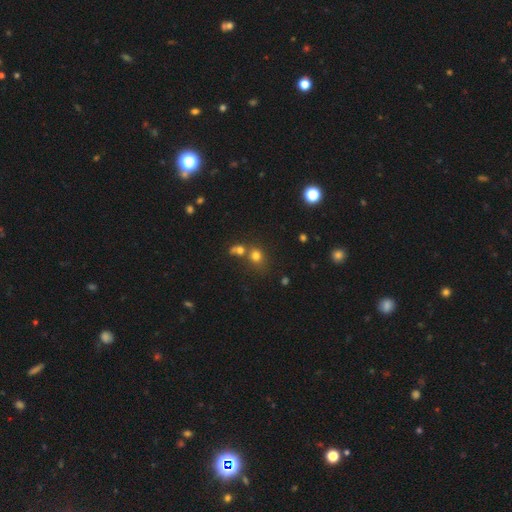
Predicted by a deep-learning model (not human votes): Morphology: type=smooth (72%); roundness=round (74%); merging=none (50%).